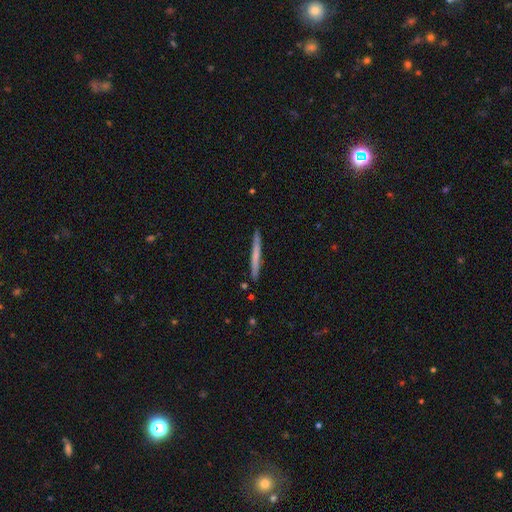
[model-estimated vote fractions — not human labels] Overall: smooth (58%; featured or disk 37%). How rounded: cigar-shaped (97%). Merging: none (91%).